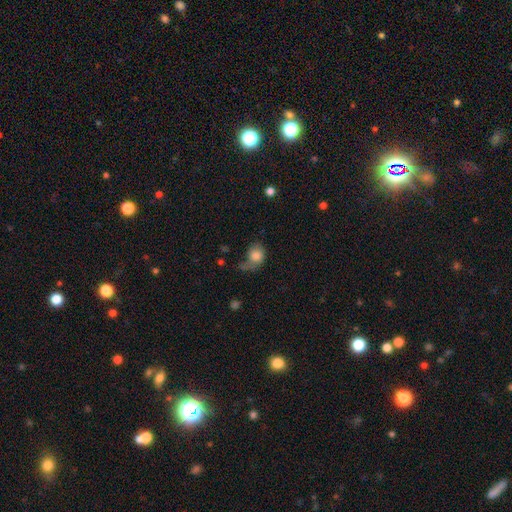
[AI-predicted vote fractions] smooth 80%, featured or disk 11%, star or artifact 9%. Down the decision tree: how rounded — round (55%); merging — none (37%).